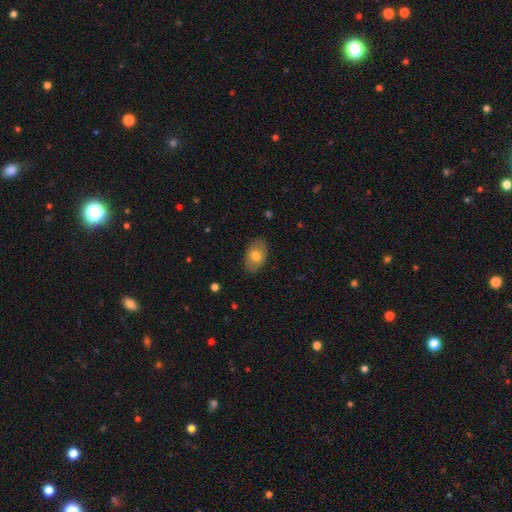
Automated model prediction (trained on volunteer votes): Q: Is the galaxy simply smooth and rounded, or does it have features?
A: smooth — 72%.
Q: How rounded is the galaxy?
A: in between — 86%.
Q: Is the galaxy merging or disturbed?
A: none — 84%.